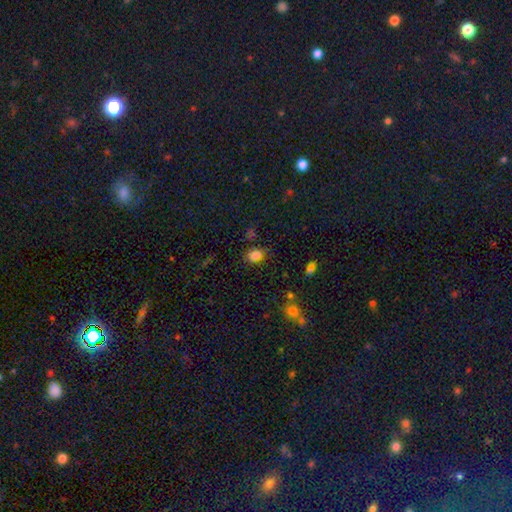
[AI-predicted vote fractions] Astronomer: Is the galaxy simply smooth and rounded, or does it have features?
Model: smooth — 82%.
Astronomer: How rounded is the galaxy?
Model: in between — 65%.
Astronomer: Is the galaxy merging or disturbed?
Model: none — 78%.